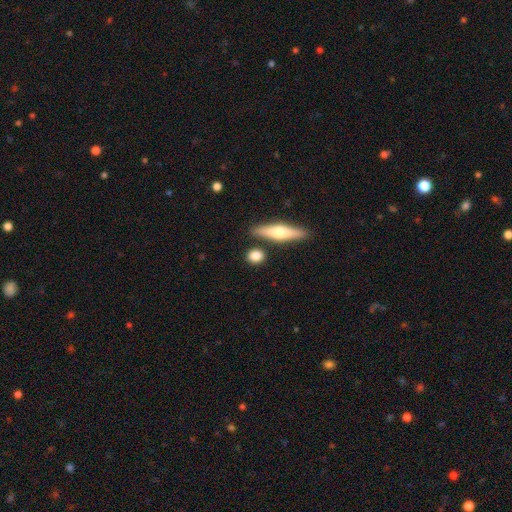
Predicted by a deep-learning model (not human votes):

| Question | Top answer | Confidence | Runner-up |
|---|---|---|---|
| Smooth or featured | smooth | 79% | featured or disk (14%) |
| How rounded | round | 63% | in between (26%) |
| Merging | none | 80% | minor disturbance (10%) |